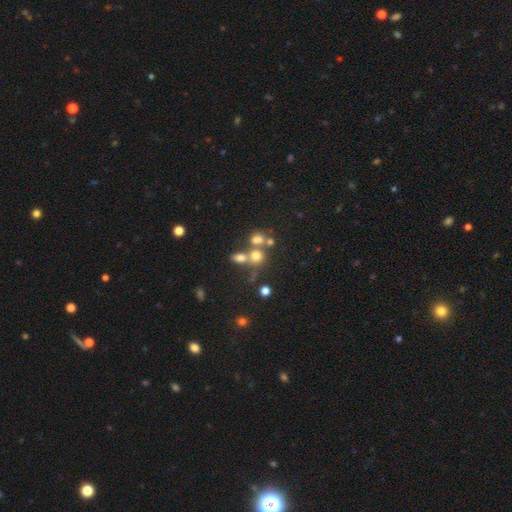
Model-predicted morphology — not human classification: Smooth or featured? Predicted: smooth (p=0.66). How rounded? Predicted: round (p=0.80). Merging? Predicted: none (p=0.46).